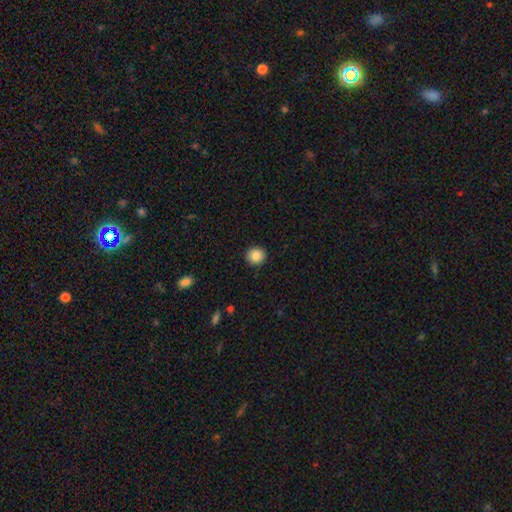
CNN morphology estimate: Q: Smooth or featured?
A: smooth (86%); runner-up: star or artifact (9%)
Q: How rounded?
A: round (88%); runner-up: in between (11%)
Q: Merging?
A: none (91%); runner-up: minor disturbance (6%)